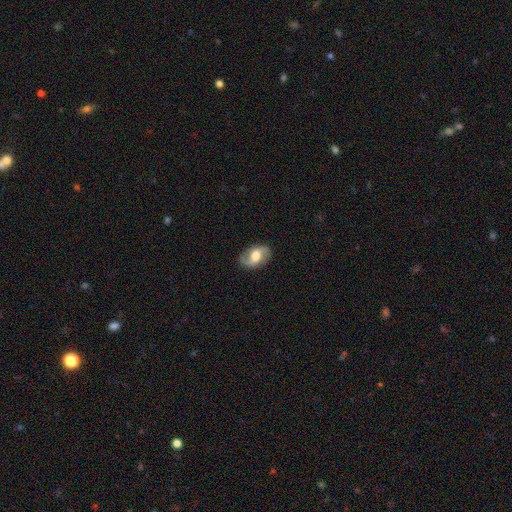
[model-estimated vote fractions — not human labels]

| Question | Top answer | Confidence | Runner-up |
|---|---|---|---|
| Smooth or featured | featured or disk | 64% | smooth (29%) |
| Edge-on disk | no | 95% | yes (5%) |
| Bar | weak | 43% | no (38%) |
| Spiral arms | yes | 81% | no (19%) |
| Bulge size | moderate | 49% | large (37%) |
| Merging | none | 82% | minor disturbance (12%) |